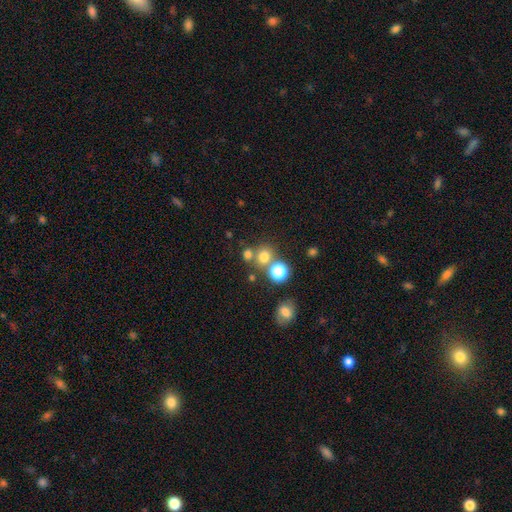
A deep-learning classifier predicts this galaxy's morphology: Overall: smooth (57%; star or artifact 32%). How rounded: round (84%). Merging: none (60%; merger 27%).